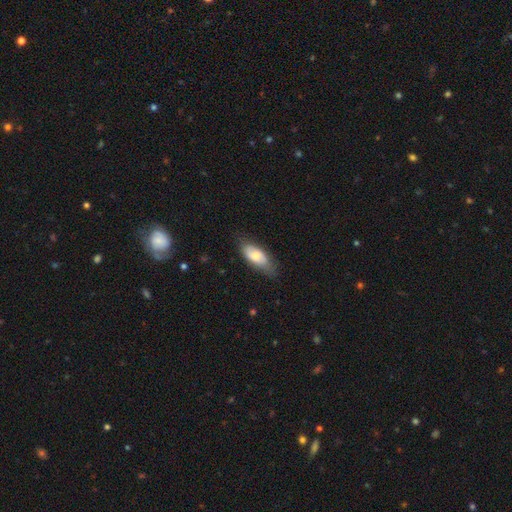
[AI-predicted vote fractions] Smooth or featured: smooth — 70% (featured or disk — 24%)
How rounded: in between — 85% (cigar-shaped — 13%)
Merging: none — 68% (minor disturbance — 25%)